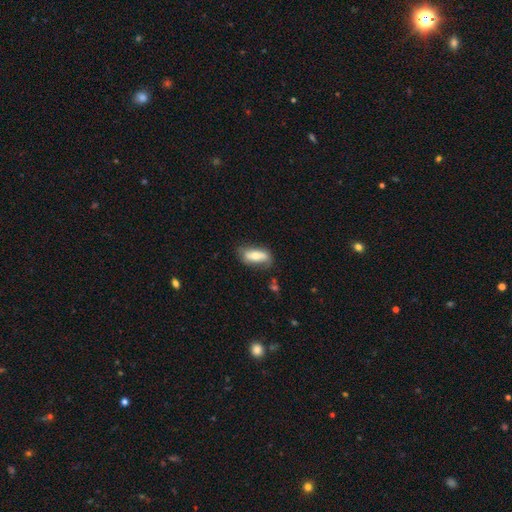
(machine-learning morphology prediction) Smooth or featured? smooth (60%)
How rounded? in between (80%)
Merging? none (62%)